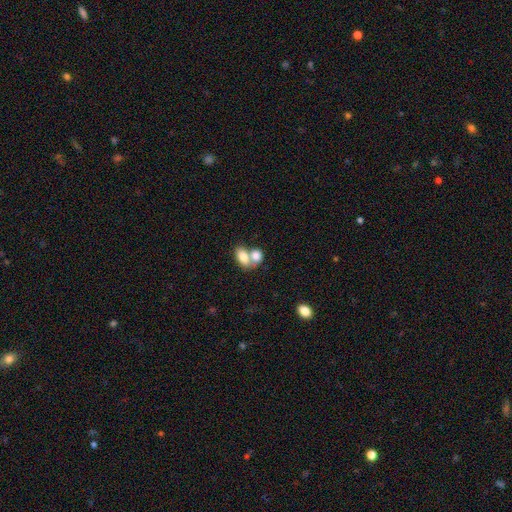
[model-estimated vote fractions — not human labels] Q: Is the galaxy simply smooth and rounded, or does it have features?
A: smooth — 78%.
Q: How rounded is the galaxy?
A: in between — 78%.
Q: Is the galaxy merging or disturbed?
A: merger — 67%.